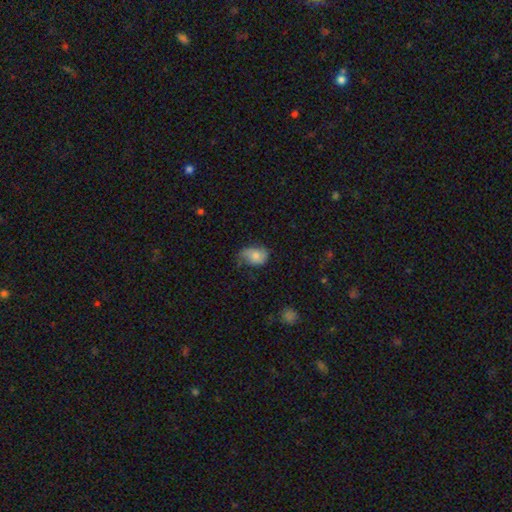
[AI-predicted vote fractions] A smooth galaxy with no disk features (62%) that is in between round and cigar-shaped (77%). Merging: none (42%).